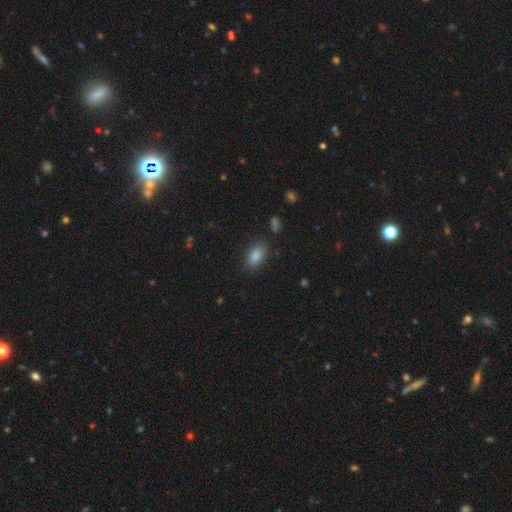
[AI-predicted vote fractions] Morphology: type=smooth (87%); roundness=in between (90%); merging=none (81%).